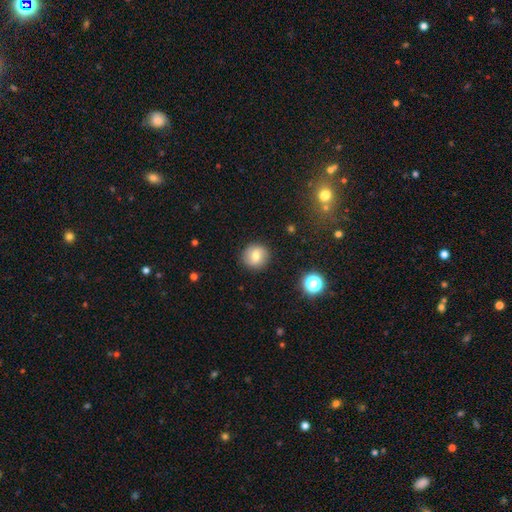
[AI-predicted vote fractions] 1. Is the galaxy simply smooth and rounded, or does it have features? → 65% smooth, 24% featured or disk, 12% star or artifact.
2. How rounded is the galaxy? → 90% round, 9% in between, 1% cigar-shaped.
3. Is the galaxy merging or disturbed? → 88% none, 9% minor disturbance, 3% major disturbance, 1% merger.